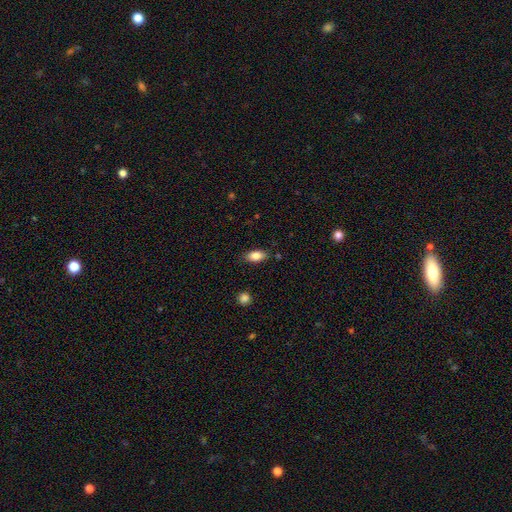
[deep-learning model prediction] Smooth or featured?
  - smooth: 84% *
  - featured or disk: 9%
  - star or artifact: 8%
How rounded?
  - in between: 89% *
  - cigar-shaped: 7%
  - round: 4%
Merging?
  - none: 82% *
  - minor disturbance: 13%
  - major disturbance: 3%
  - merger: 2%